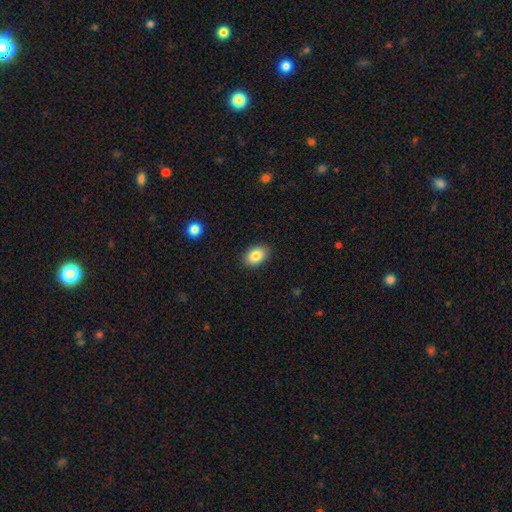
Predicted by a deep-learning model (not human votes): The model was most divided on "how rounded": in between: 86%, round: 13%, cigar-shaped: 1%. More confident: merging — none (89%); smooth or featured — smooth (85%).